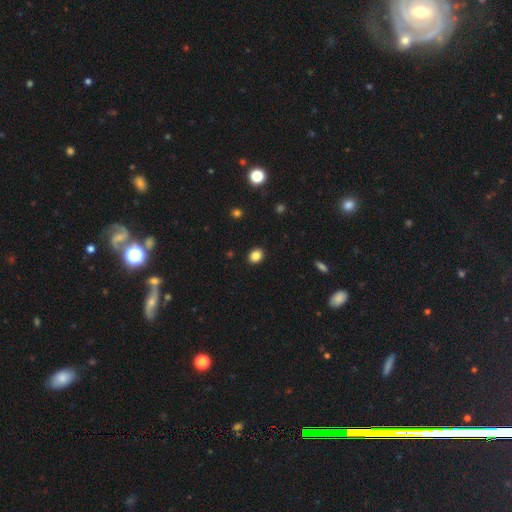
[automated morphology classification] type=smooth (85%); roundness=round (58%); merging=none (91%).